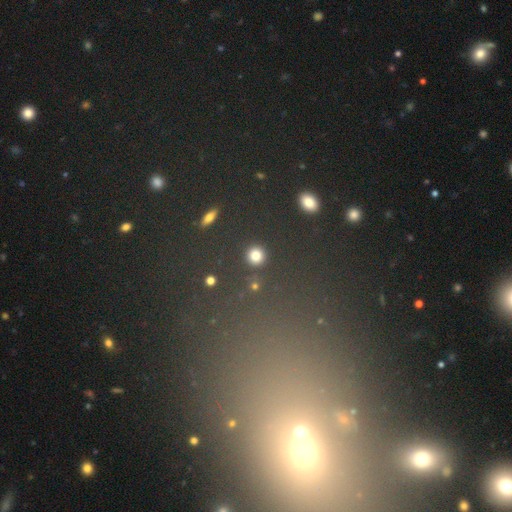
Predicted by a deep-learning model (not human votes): Smooth or featured? smooth (81%)
How rounded? round (92%)
Merging? none (89%)